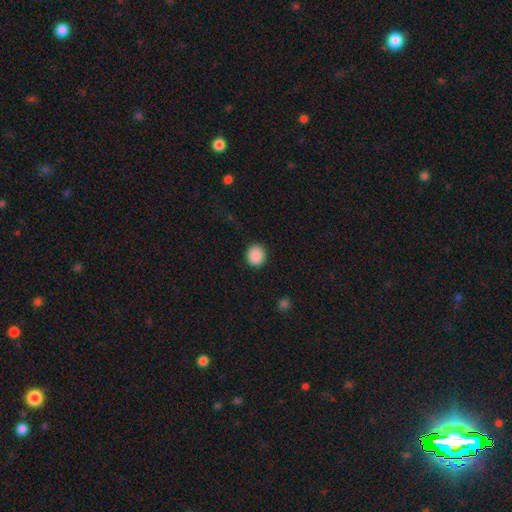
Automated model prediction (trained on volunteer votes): Overall: smooth (89%). How rounded: round (80%). Merging: none (90%).